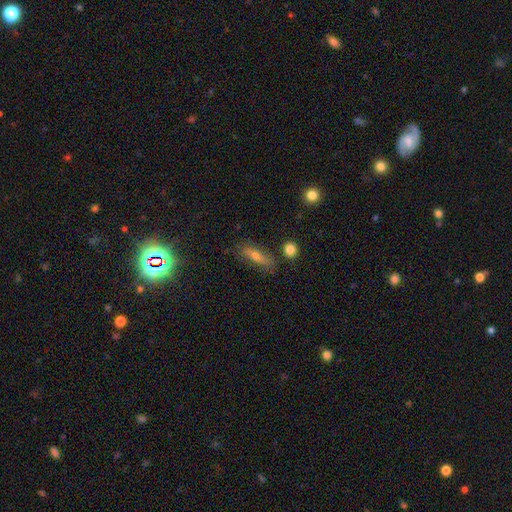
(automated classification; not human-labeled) A smooth galaxy with no disk features (45%). Merging: none (74%).